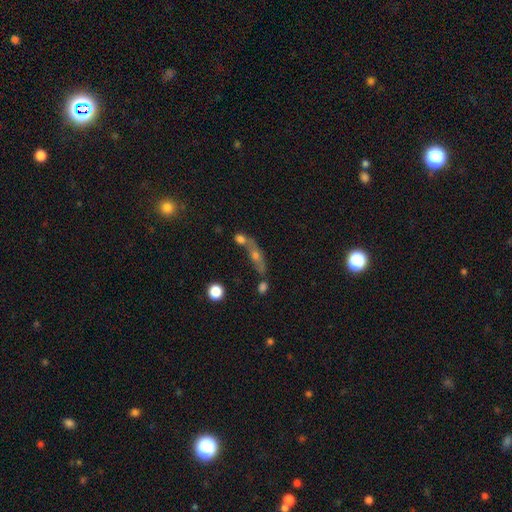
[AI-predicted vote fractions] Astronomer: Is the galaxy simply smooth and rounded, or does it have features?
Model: featured or disk — 42%, tied with smooth at 42%.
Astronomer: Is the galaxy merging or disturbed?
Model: merger — 41% (runner-up: none, 38%).